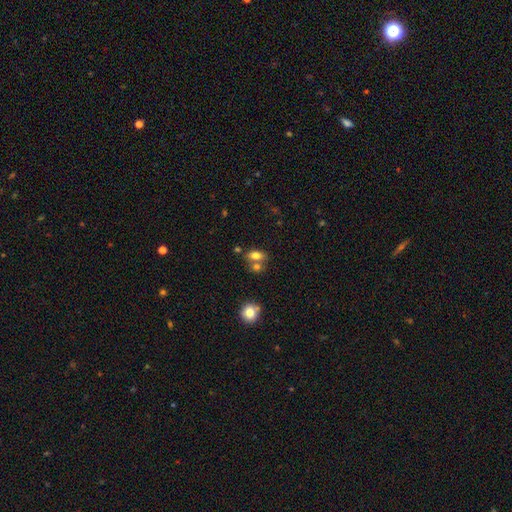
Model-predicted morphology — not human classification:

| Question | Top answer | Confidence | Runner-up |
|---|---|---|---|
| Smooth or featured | smooth | 77% | featured or disk (13%) |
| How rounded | in between | 79% | round (18%) |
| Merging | none | 49% | merger (35%) |